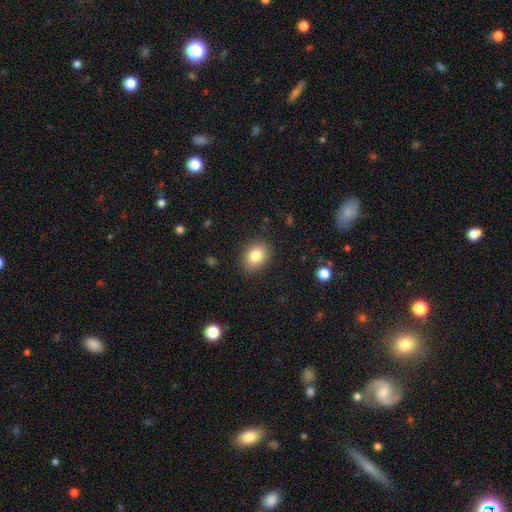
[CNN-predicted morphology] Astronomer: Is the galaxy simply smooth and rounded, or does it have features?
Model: smooth — 84%.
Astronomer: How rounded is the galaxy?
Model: in between — 62% (runner-up: round, 37%).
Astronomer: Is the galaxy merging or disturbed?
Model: none — 86%.